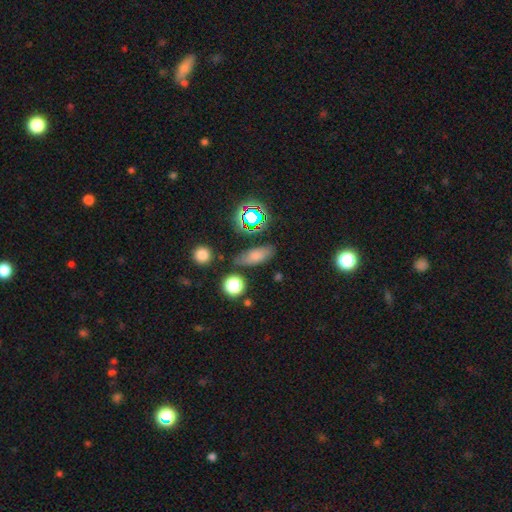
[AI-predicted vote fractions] Smooth or featured? Predicted: smooth (p=0.68). How rounded? Predicted: in between (p=0.70). Merging? Predicted: none (p=0.77).